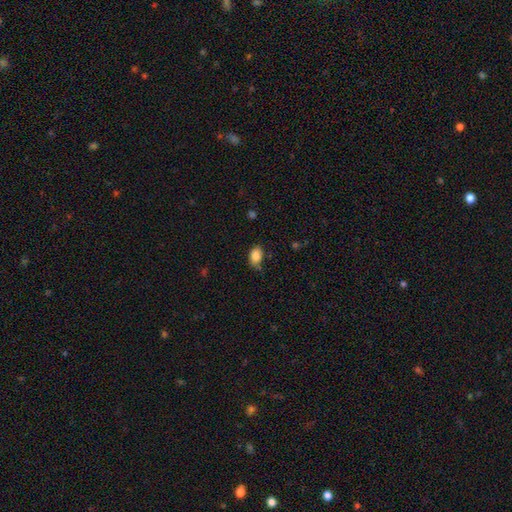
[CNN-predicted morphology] The model was most divided on "merging": none: 70%, minor disturbance: 22%, major disturbance: 5%, merger: 3%. More confident: smooth or featured — smooth (86%); how rounded — in between (85%).